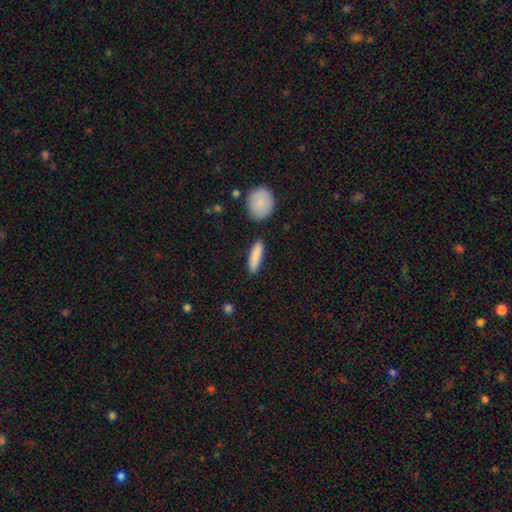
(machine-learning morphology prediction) Q: Smooth or featured?
A: smooth (86%); runner-up: featured or disk (9%)
Q: How rounded?
A: cigar-shaped (67%); runner-up: in between (32%)
Q: Merging?
A: none (85%); runner-up: minor disturbance (9%)